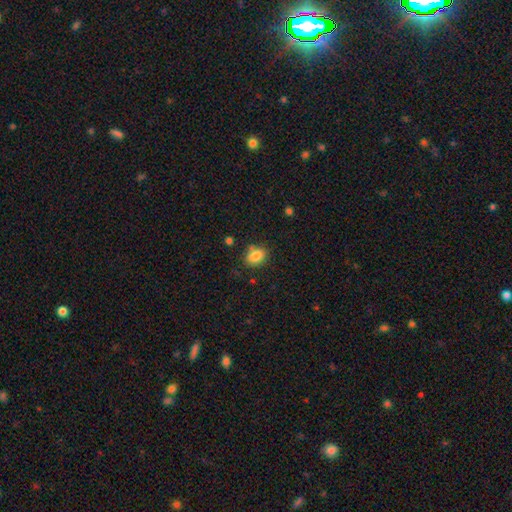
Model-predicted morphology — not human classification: Q: Smooth or featured?
A: smooth (84%); runner-up: star or artifact (10%)
Q: How rounded?
A: in between (64%); runner-up: round (35%)
Q: Merging?
A: none (75%); runner-up: minor disturbance (15%)